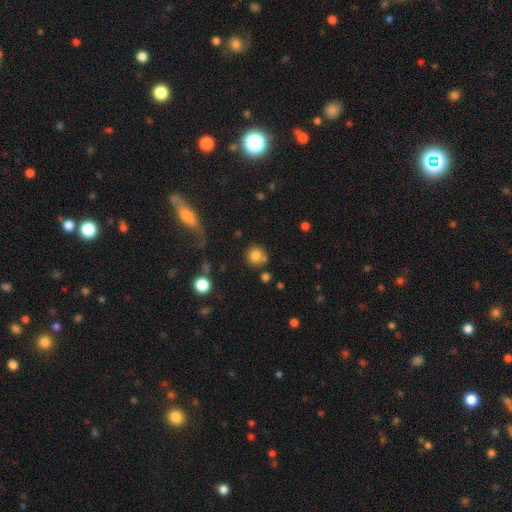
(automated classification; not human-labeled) Smooth or featured? Predicted: smooth (p=0.80). How rounded? Predicted: round (p=0.90). Merging? Predicted: none (p=0.71).